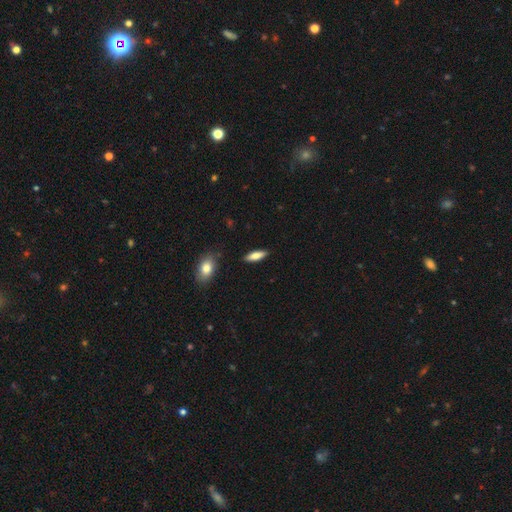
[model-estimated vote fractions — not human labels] Smooth or featured? Predicted: smooth (p=0.76). How rounded? Predicted: in between (p=0.50). Merging? Predicted: none (p=0.88).